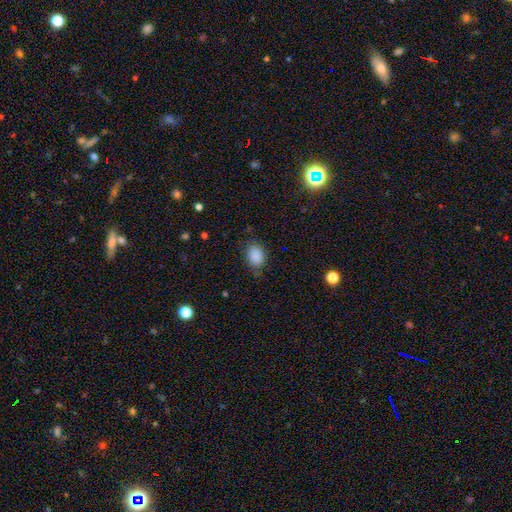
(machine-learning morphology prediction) smooth 87%, star or artifact 8%, featured or disk 4%. Down the decision tree: how rounded — in between (75%); merging — none (75%).